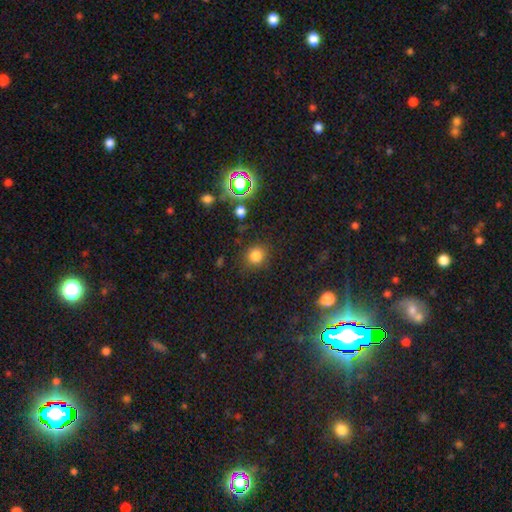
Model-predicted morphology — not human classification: type=smooth (80%); roundness=round (87%); merging=none (85%).